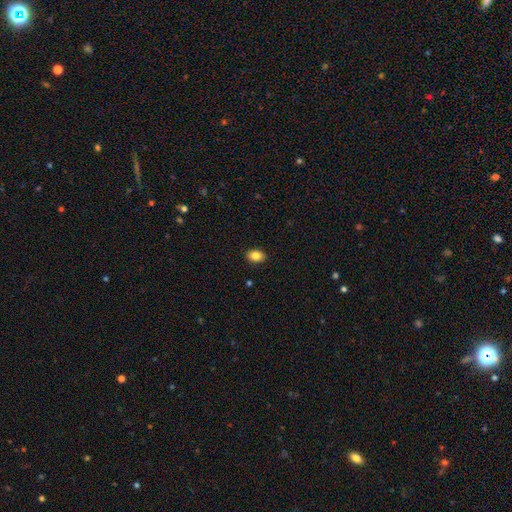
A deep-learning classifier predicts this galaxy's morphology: A smooth galaxy with no disk features (84%) that is in between round and cigar-shaped (78%).

Vote fractions:
- Smooth or featured? smooth: 84% / star or artifact: 9% / featured or disk: 7%
- How rounded? in between: 78% / round: 21% / cigar-shaped: 1%
- Merging? none: 90% / minor disturbance: 8% / major disturbance: 2% / merger: 1%